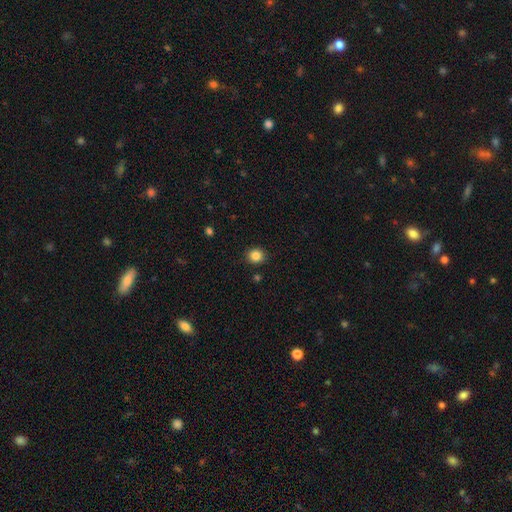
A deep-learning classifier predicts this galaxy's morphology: Overall: smooth (85%). How rounded: round (84%). Merging: none (90%).